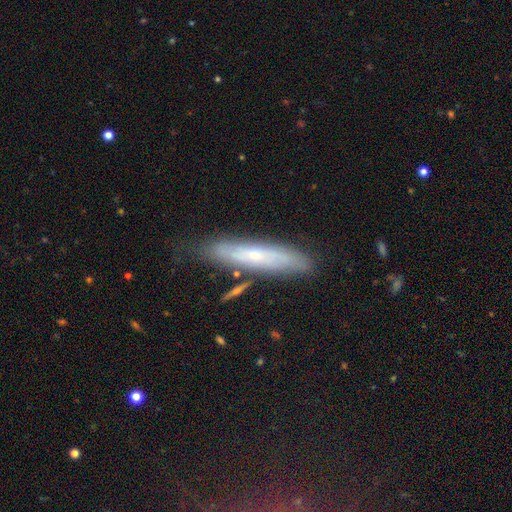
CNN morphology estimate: A featured or disk galaxy (52%) viewed edge-on (57%). Merging: none (75%).